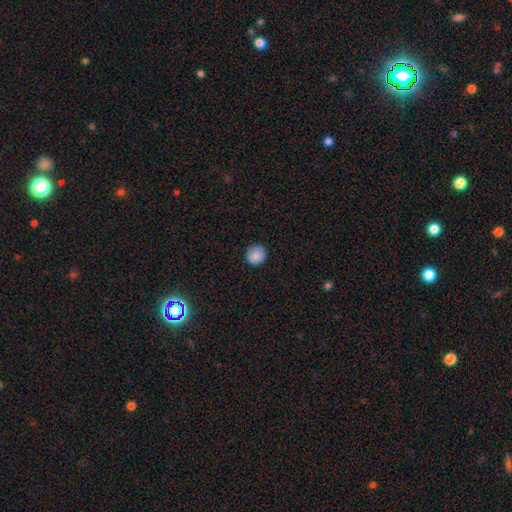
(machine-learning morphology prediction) Smooth or featured: smooth — 87% (star or artifact — 9%)
How rounded: round — 90% (in between — 9%)
Merging: none — 87% (minor disturbance — 10%)